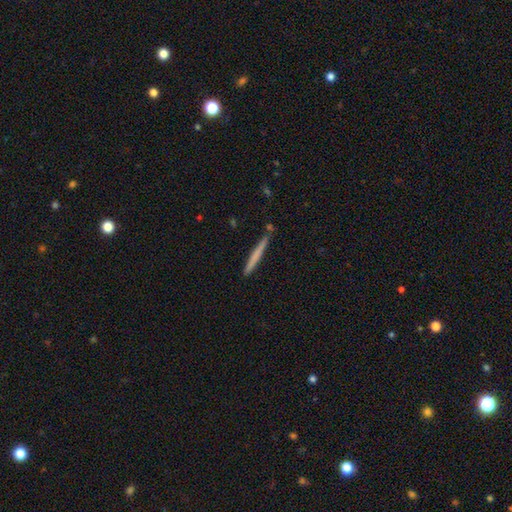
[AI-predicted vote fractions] smooth-or-featured: smooth: 63% | featured or disk: 32% | star or artifact: 5%
  how-rounded: cigar-shaped: 97% | in between: 2% | round: 1%
  merging: none: 87% | minor disturbance: 9% | merger: 3% | major disturbance: 2%